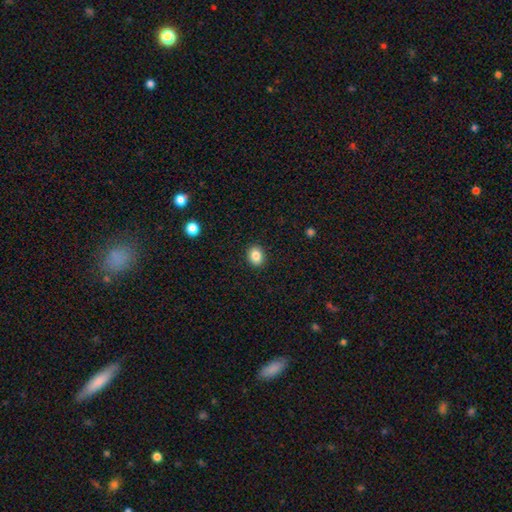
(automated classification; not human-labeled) This appears to be a smooth galaxy with no disk features (86%) that is in between round and cigar-shaped (54%). Merging: none (91%).